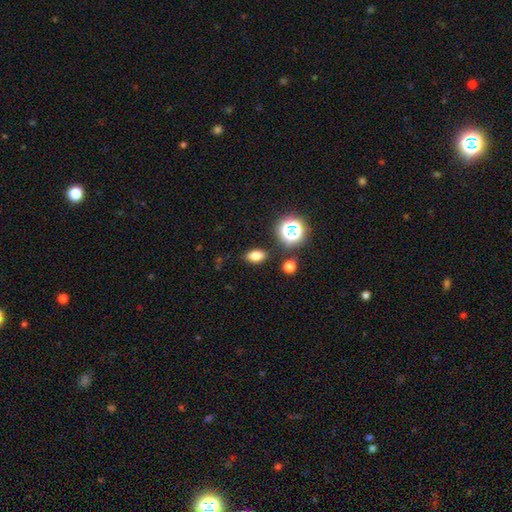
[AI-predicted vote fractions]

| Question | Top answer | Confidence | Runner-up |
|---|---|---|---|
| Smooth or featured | smooth | 76% | star or artifact (16%) |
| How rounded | in between | 81% | round (15%) |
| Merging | none | 84% | minor disturbance (10%) |